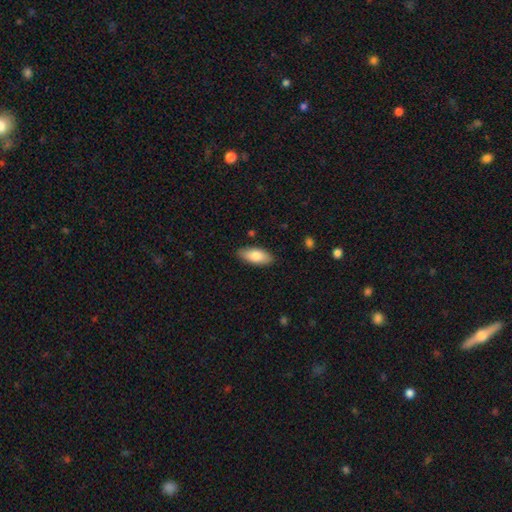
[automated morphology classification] Overall: smooth (80%). How rounded: in between (87%). Merging: none (87%).